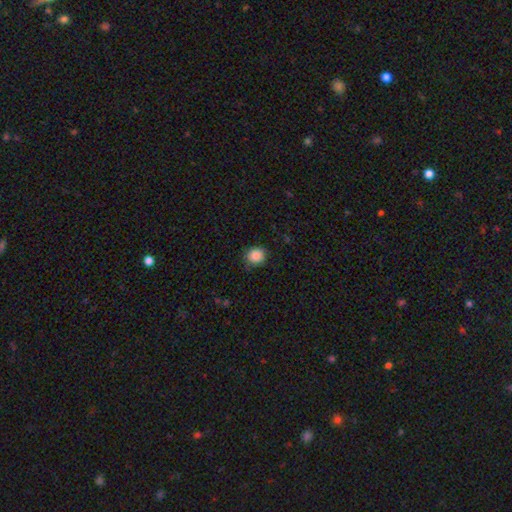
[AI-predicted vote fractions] Smooth or featured: smooth — 88% (star or artifact — 9%)
How rounded: round — 85% (in between — 14%)
Merging: none — 82% (minor disturbance — 14%)